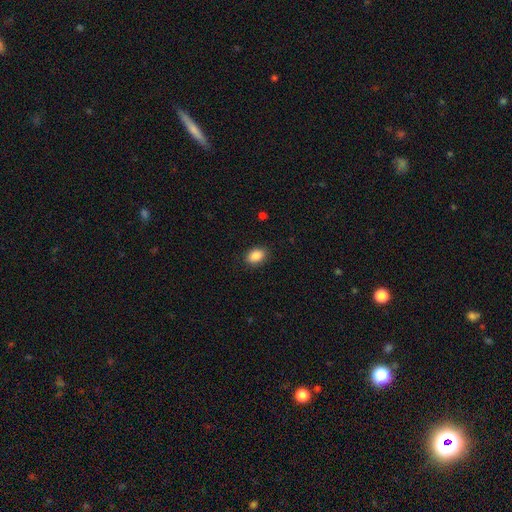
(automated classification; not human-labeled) Smooth or featured?
  - smooth: 89% *
  - star or artifact: 8%
  - featured or disk: 3%
How rounded?
  - in between: 84% *
  - round: 15%
  - cigar-shaped: 1%
Merging?
  - none: 88% *
  - minor disturbance: 9%
  - major disturbance: 2%
  - merger: 1%